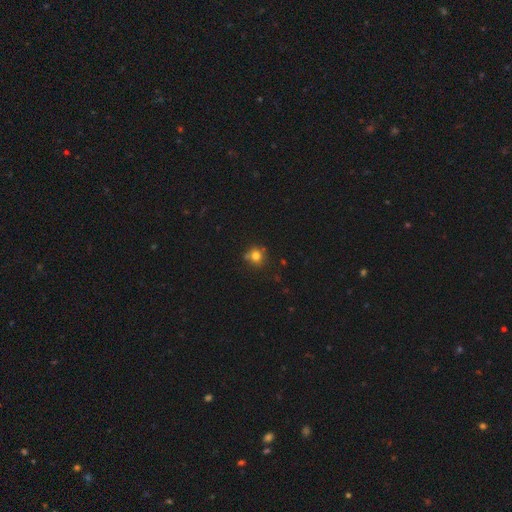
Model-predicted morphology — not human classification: A smooth galaxy with no disk features (77%) that is round (87%). Merging: none (72%).